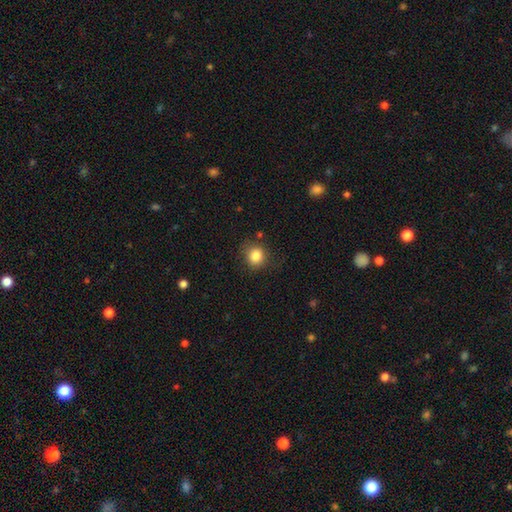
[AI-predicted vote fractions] Q: Smooth or featured?
A: smooth (84%); runner-up: star or artifact (10%)
Q: How rounded?
A: round (84%); runner-up: in between (15%)
Q: Merging?
A: none (80%); runner-up: minor disturbance (14%)